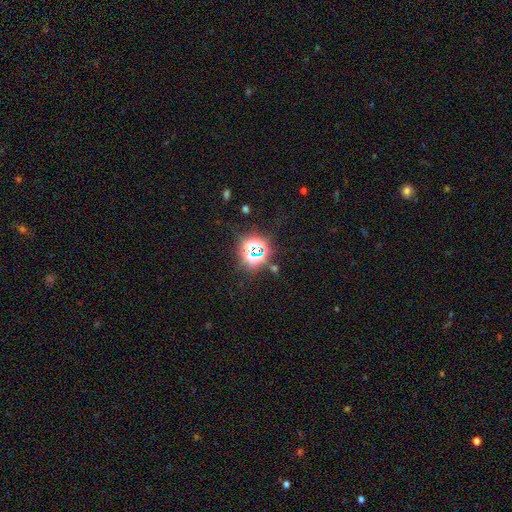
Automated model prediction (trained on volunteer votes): Smooth or featured? star or artifact (72%)